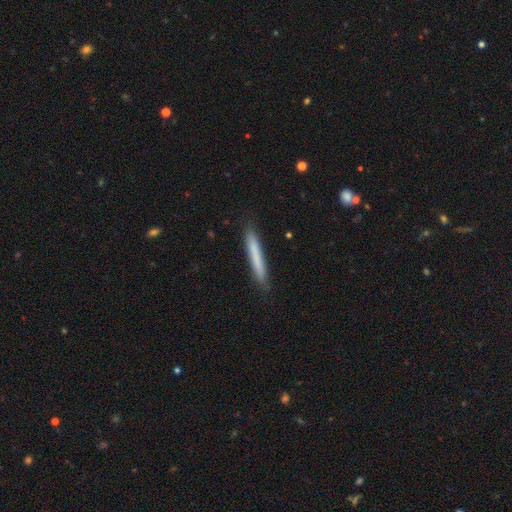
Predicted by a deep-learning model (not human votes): Q: Smooth or featured?
A: smooth (72%); runner-up: featured or disk (22%)
Q: How rounded?
A: cigar-shaped (96%); runner-up: in between (2%)
Q: Merging?
A: none (88%); runner-up: minor disturbance (9%)